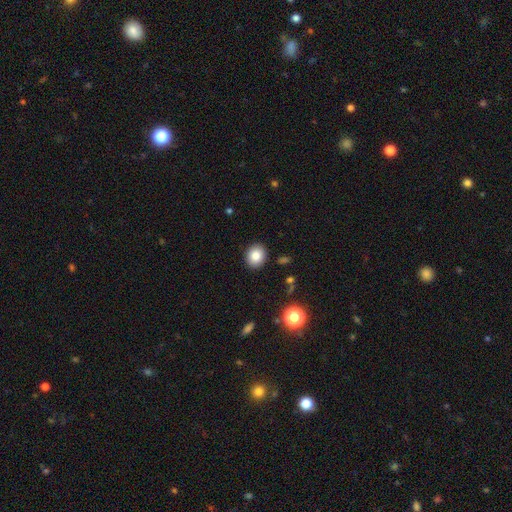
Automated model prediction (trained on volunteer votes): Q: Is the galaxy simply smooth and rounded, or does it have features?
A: smooth — 84%.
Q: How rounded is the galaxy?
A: round — 64%.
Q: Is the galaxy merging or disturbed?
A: none — 90%.